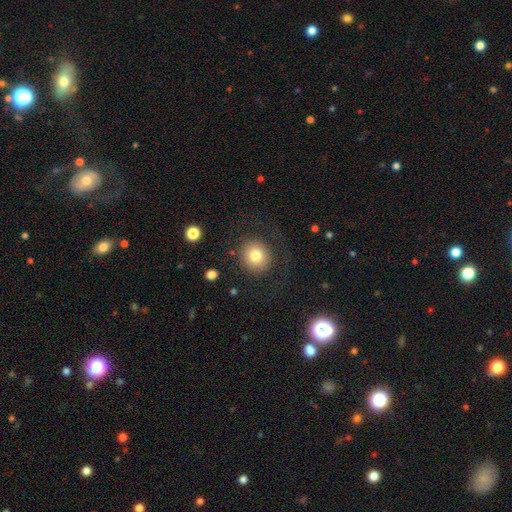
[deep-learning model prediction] Q: Smooth or featured?
A: smooth (78%); runner-up: featured or disk (12%)
Q: How rounded?
A: round (86%); runner-up: in between (13%)
Q: Merging?
A: none (81%); runner-up: minor disturbance (10%)